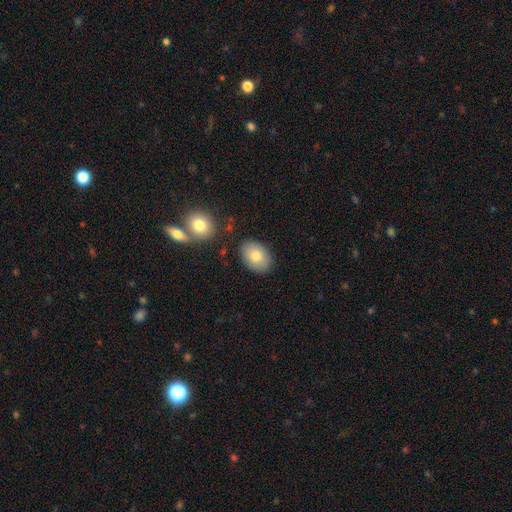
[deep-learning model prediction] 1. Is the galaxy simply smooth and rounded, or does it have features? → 80% smooth, 13% featured or disk, 7% star or artifact.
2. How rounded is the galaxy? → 81% in between, 18% round, 1% cigar-shaped.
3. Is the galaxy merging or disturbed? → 83% none, 11% minor disturbance, 3% merger, 3% major disturbance.